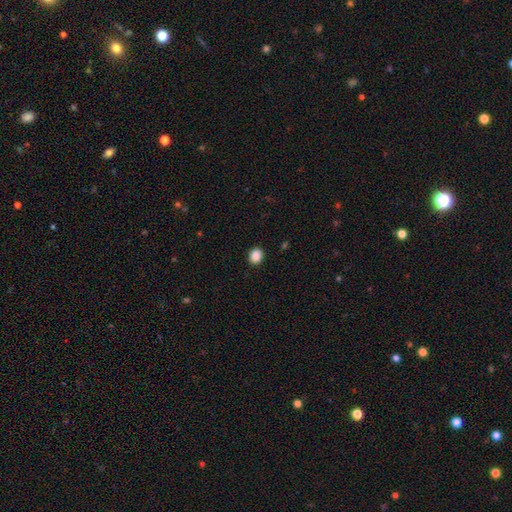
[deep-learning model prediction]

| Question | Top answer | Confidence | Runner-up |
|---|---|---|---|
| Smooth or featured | smooth | 88% | star or artifact (9%) |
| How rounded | round | 66% | in between (33%) |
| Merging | none | 90% | minor disturbance (7%) |